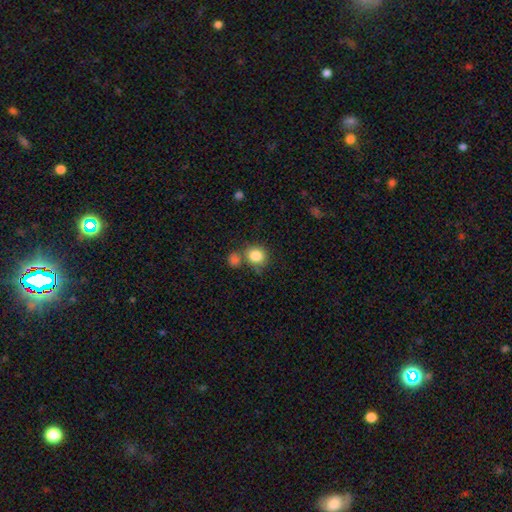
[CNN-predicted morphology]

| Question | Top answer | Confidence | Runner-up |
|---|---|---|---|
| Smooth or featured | smooth | 84% | star or artifact (10%) |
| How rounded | round | 83% | in between (16%) |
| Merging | none | 61% | merger (22%) |